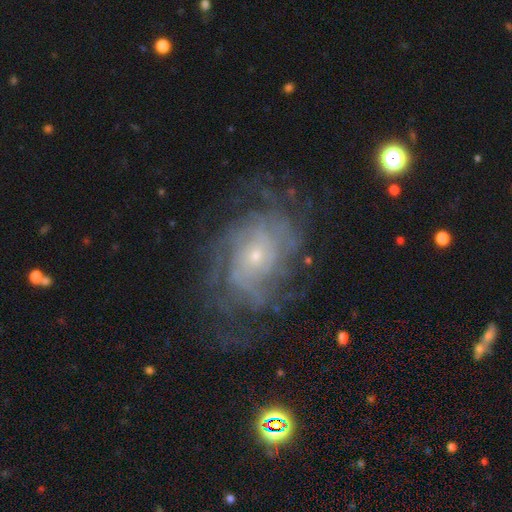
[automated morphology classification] type=featured or disk (81%); edge-on=no (96%); bar=no (78%); spiral arms=yes (90%); winding=tight (60%); arm count=can't tell (47%); bulge=small (78%); merging=none (67%).